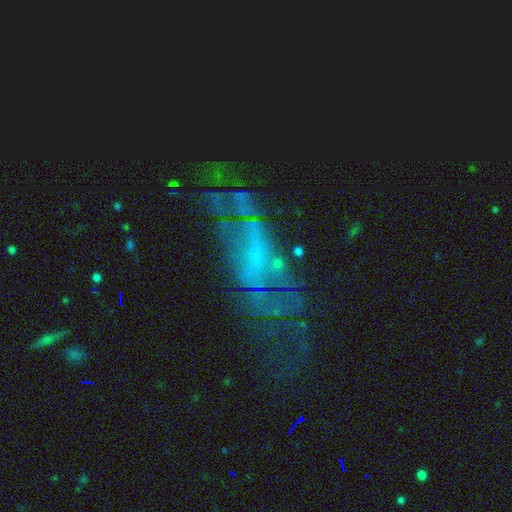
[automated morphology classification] Smooth or featured?
  - featured or disk: 59% *
  - star or artifact: 21%
  - smooth: 19%
Edge-on disk?
  - no: 85% *
  - yes: 15%
Bar?
  - no: 51% *
  - weak: 35%
  - strong: 15%
Spiral arms?
  - no: 52% *
  - yes: 48%
Bulge size?
  - none: 48% *
  - small: 32%
  - moderate: 16%
  - large: 3%
  - dominant: 1%
Merging?
  - none: 48% *
  - major disturbance: 27%
  - minor disturbance: 20%
  - merger: 4%